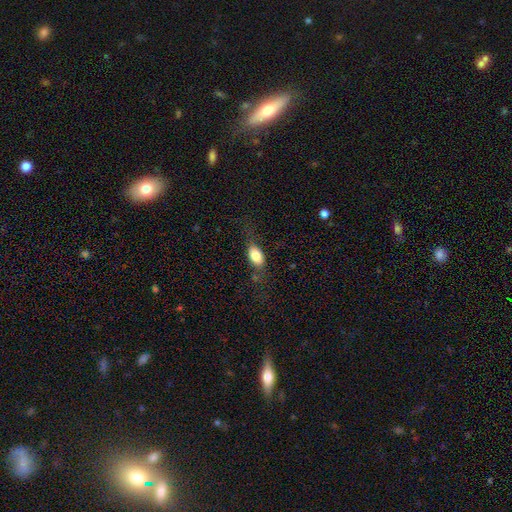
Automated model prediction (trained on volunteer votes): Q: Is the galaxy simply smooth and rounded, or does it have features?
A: smooth — 75%.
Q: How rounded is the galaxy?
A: in between — 85%.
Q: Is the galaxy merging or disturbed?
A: none — 63%.